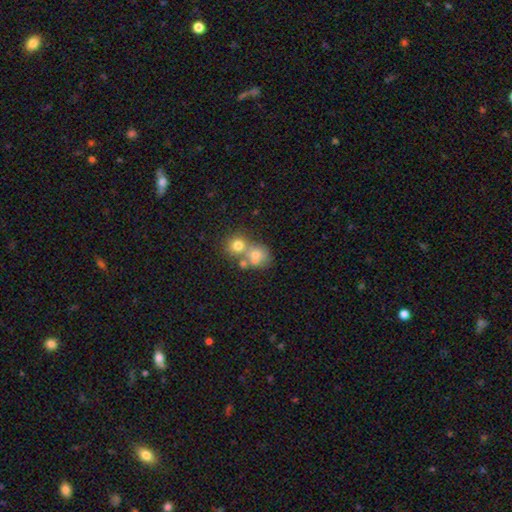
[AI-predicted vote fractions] smooth-or-featured: smooth: 64% | featured or disk: 22% | star or artifact: 14%
  how-rounded: round: 70% | in between: 29% | cigar-shaped: 1%
  merging: merger: 53% | none: 32% | minor disturbance: 9% | major disturbance: 6%